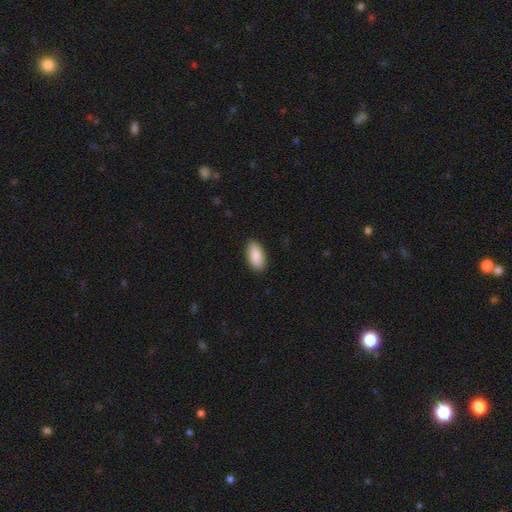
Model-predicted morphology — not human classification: smooth_or_featured: smooth (p=0.88) [alt: featured or disk p=0.07]
how_rounded: in between (p=0.92) [alt: cigar-shaped p=0.05]
merging: none (p=0.88) [alt: minor disturbance p=0.09]